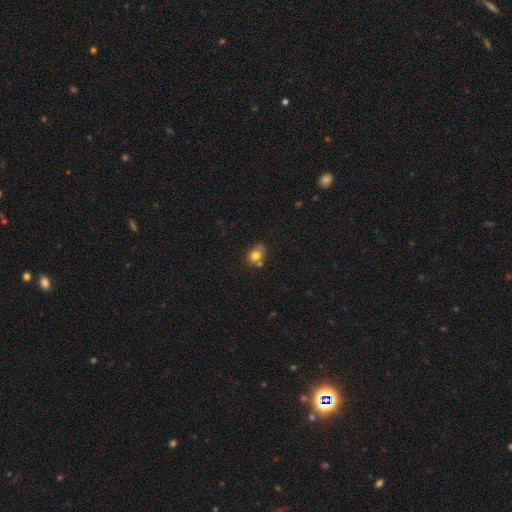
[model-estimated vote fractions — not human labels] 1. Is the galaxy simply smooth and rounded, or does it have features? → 76% smooth, 12% featured or disk, 11% star or artifact.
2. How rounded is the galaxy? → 56% round, 43% in between, 1% cigar-shaped.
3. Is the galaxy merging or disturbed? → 51% none, 21% minor disturbance, 20% merger, 7% major disturbance.